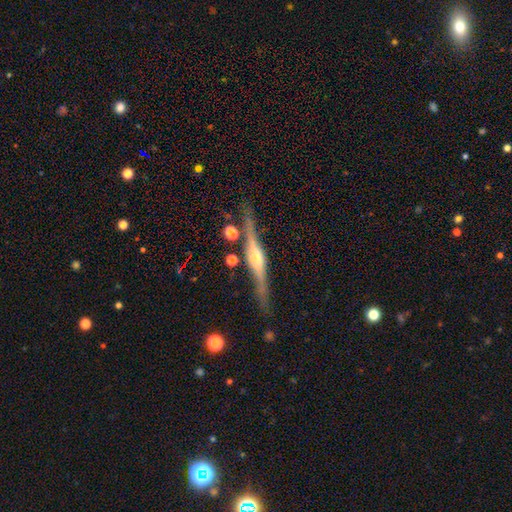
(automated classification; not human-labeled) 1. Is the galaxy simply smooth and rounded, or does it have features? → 84% featured or disk, 10% smooth, 6% star or artifact.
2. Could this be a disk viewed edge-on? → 97% yes, 3% no.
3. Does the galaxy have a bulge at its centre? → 76% rounded, 19% boxy, 5% none.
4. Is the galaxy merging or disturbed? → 82% none, 12% minor disturbance, 3% merger, 3% major disturbance.